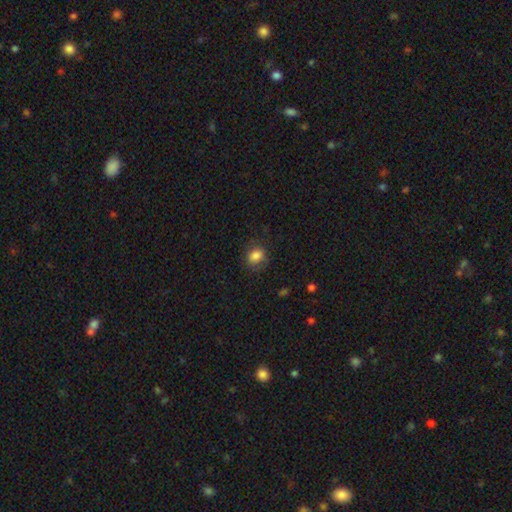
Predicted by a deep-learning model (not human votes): smooth_or_featured: smooth (p=0.83) [alt: star or artifact p=0.10]
how_rounded: round (p=0.54) [alt: in between p=0.45]
merging: none (p=0.75) [alt: minor disturbance p=0.17]